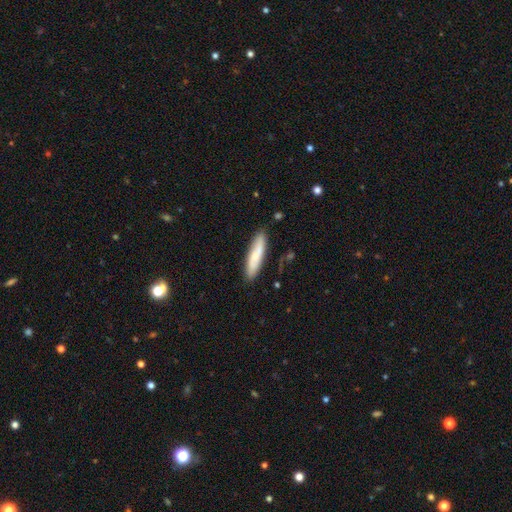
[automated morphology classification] Smooth or featured? smooth (68%)
How rounded? cigar-shaped (78%)
Merging? none (85%)